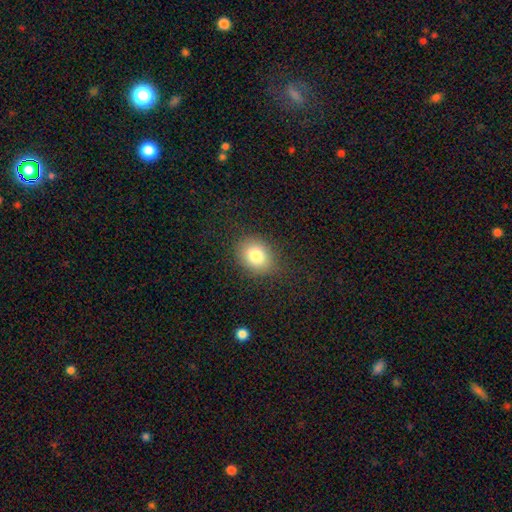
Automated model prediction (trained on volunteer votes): smooth_or_featured: smooth (p=0.80) [alt: star or artifact p=0.11]
how_rounded: round (p=0.51) [alt: in between p=0.48]
merging: none (p=0.83) [alt: minor disturbance p=0.12]